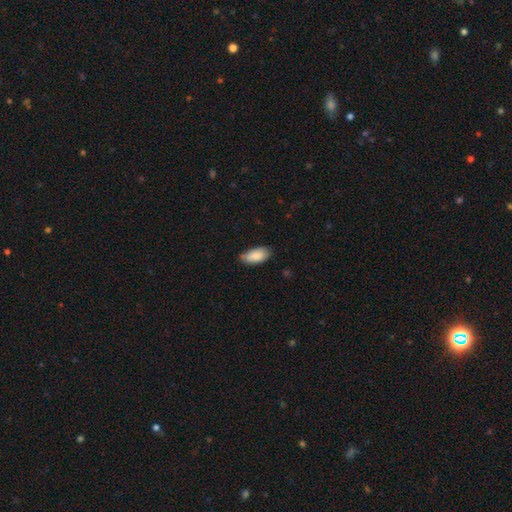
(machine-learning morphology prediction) The model was most divided on "merging": none: 75%, minor disturbance: 21%, major disturbance: 3%, merger: 1%. More confident: how rounded — in between (92%); smooth or featured — smooth (88%).